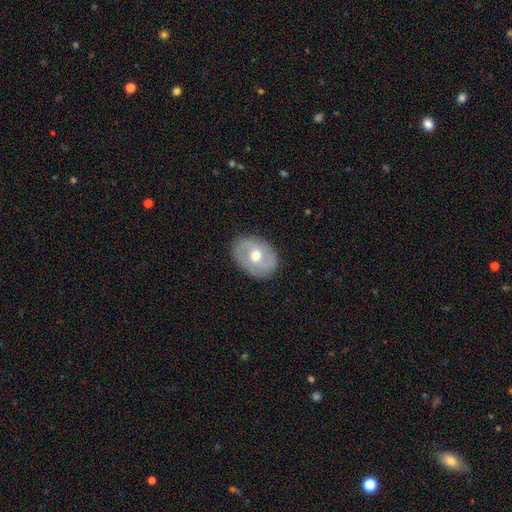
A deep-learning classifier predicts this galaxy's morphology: Smooth or featured? featured or disk (54%)
Edge-on disk? no (94%)
Bar? no (64%)
Spiral arms? no (57%)
Bulge size? moderate (77%)
Merging? none (84%)